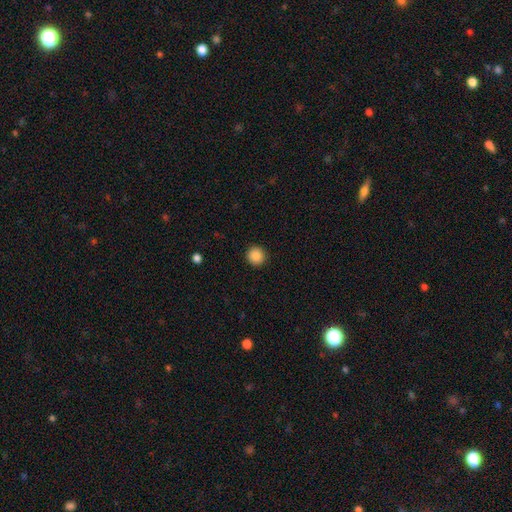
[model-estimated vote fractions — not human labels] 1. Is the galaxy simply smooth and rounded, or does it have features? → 88% smooth, 9% star or artifact, 3% featured or disk.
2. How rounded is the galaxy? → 93% round, 7% in between, 1% cigar-shaped.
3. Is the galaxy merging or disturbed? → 92% none, 5% minor disturbance, 2% major disturbance, 1% merger.